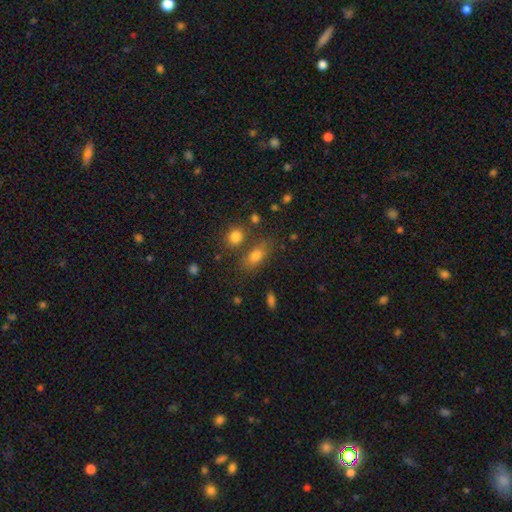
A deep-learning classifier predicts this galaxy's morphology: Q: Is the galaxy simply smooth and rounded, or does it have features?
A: smooth — 77%.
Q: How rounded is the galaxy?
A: in between — 77%.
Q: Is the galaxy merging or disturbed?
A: none — 67%.